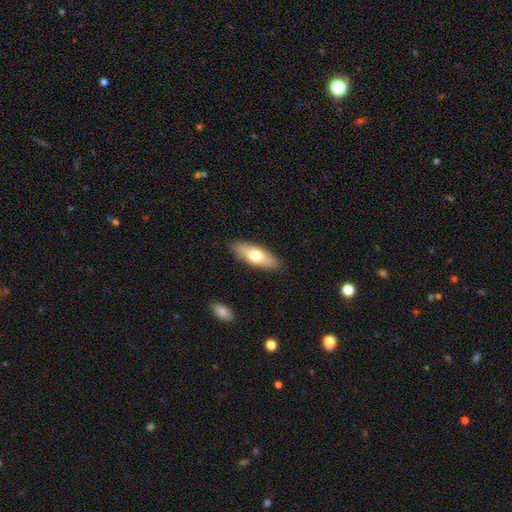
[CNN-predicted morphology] This appears to be a smooth galaxy with no disk features (66%) that is in between round and cigar-shaped (60%). Merging: none (88%).